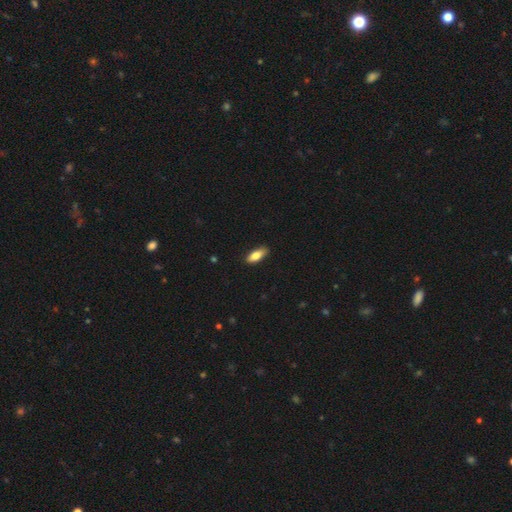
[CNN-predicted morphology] This appears to be a smooth galaxy with no disk features (80%) that is in between round and cigar-shaped (77%). Merging: none (86%).